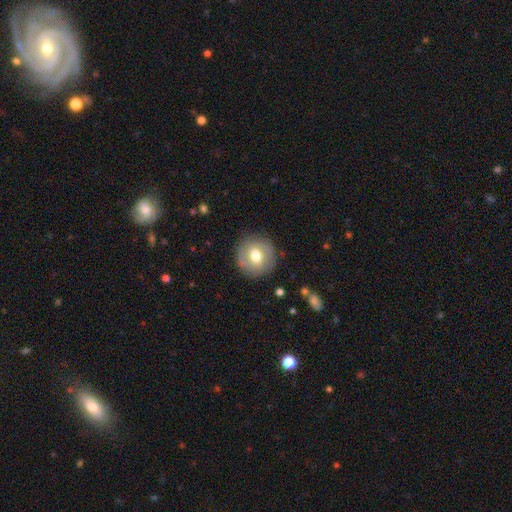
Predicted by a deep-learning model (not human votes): Overall: smooth (64%; featured or disk 29%). How rounded: round (92%). Merging: none (86%).